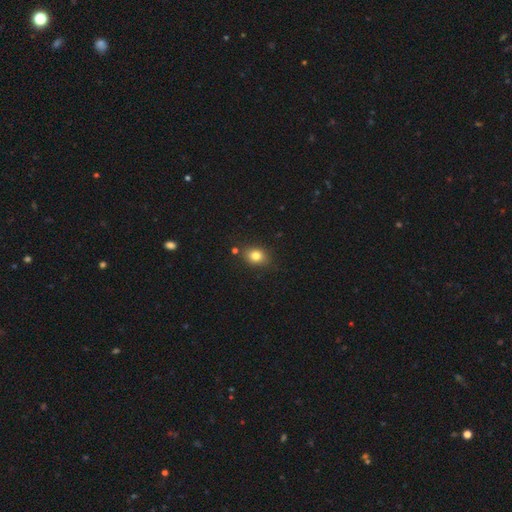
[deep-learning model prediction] smooth-or-featured: smooth: 81% | star or artifact: 11% | featured or disk: 8%
  how-rounded: in between: 52% | round: 47% | cigar-shaped: 1%
  merging: none: 80% | minor disturbance: 13% | merger: 5% | major disturbance: 3%